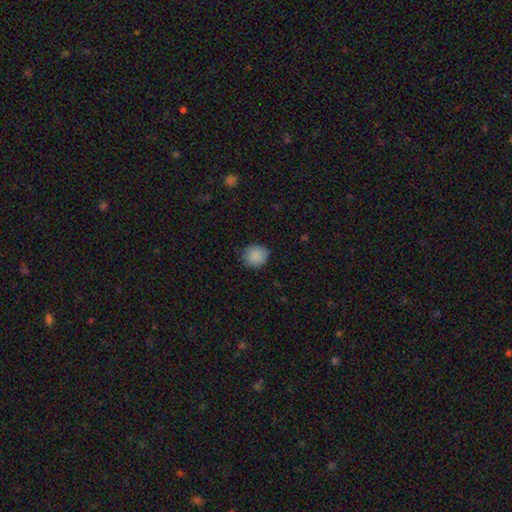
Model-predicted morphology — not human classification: Smooth or featured? Predicted: smooth (p=0.88). How rounded? Predicted: round (p=0.80). Merging? Predicted: none (p=0.81).